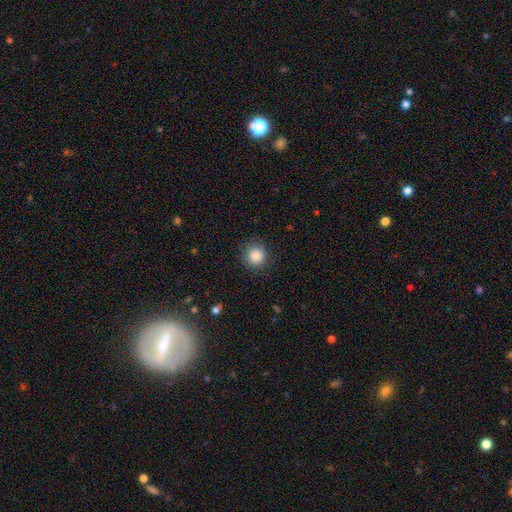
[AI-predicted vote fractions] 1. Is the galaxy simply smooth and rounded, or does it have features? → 87% smooth, 10% star or artifact, 4% featured or disk.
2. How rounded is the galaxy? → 93% round, 6% in between, 1% cigar-shaped.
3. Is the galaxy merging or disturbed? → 89% none, 8% minor disturbance, 2% major disturbance, 1% merger.